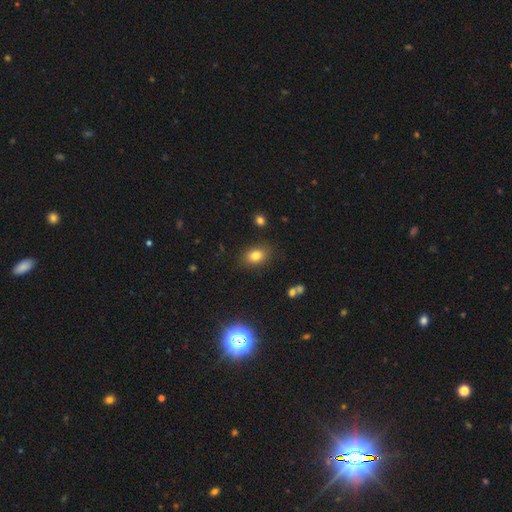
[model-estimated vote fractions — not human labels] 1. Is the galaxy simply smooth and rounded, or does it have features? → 80% smooth, 12% star or artifact, 8% featured or disk.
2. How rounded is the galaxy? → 67% in between, 32% round, 1% cigar-shaped.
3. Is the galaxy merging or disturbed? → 84% none, 11% minor disturbance, 3% major disturbance, 2% merger.